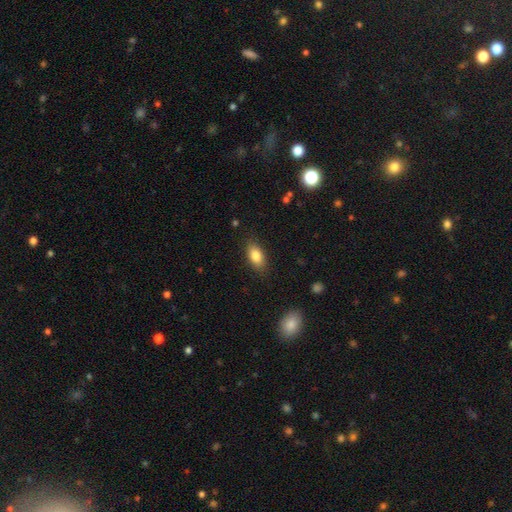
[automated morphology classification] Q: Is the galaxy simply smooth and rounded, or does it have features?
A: smooth — 84%.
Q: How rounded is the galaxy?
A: in between — 89%.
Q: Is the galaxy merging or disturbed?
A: none — 85%.